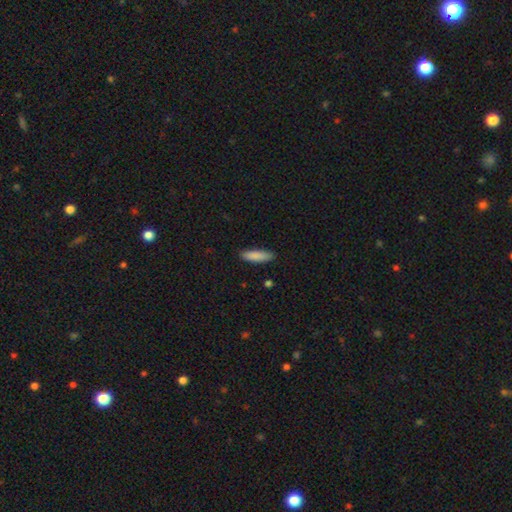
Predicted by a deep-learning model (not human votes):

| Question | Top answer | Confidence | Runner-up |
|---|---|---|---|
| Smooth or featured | smooth | 88% | star or artifact (6%) |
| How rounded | cigar-shaped | 61% | in between (38%) |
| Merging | none | 85% | minor disturbance (12%) |